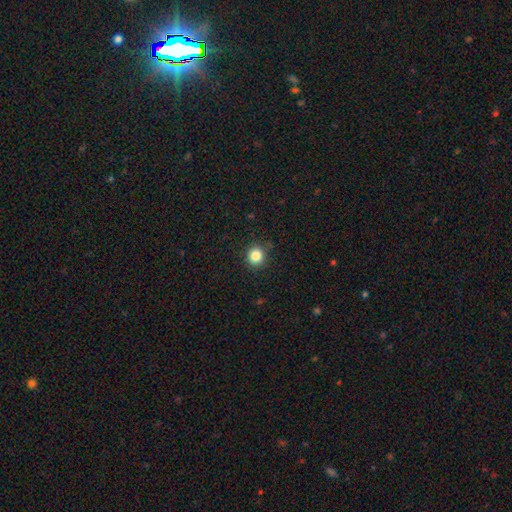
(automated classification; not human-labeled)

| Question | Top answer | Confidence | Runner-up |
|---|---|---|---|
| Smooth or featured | smooth | 85% | star or artifact (11%) |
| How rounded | round | 88% | in between (11%) |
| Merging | none | 88% | minor disturbance (9%) |